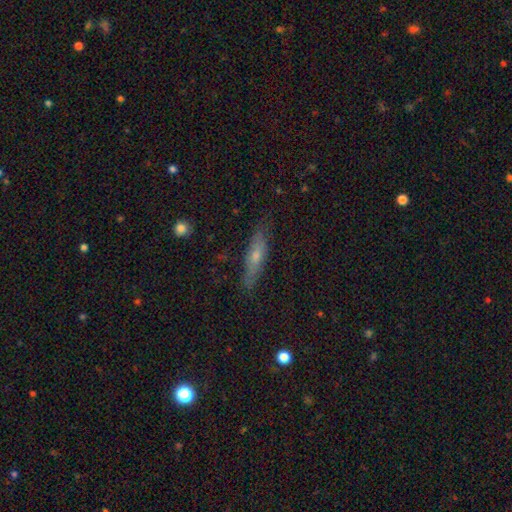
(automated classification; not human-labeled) smooth 48%, featured or disk 44%, star or artifact 7%. Down the decision tree: merging — none (81%).